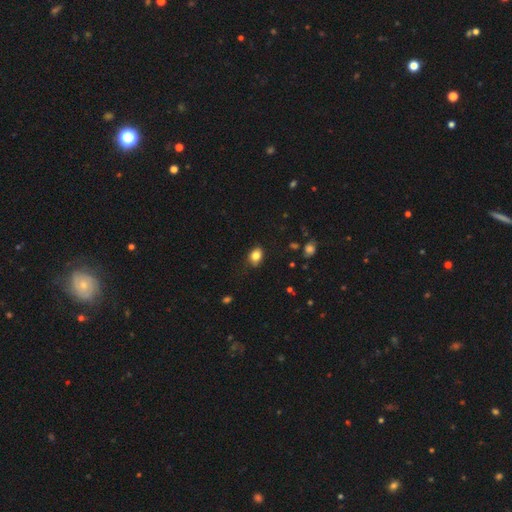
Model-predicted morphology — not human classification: type=smooth (83%); roundness=in between (66%); merging=none (79%).